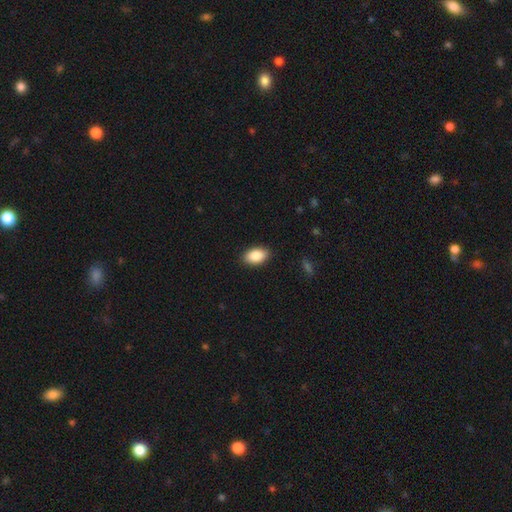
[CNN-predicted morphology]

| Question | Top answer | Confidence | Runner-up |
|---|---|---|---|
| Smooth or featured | smooth | 88% | star or artifact (7%) |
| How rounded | in between | 93% | round (6%) |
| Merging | none | 89% | minor disturbance (8%) |